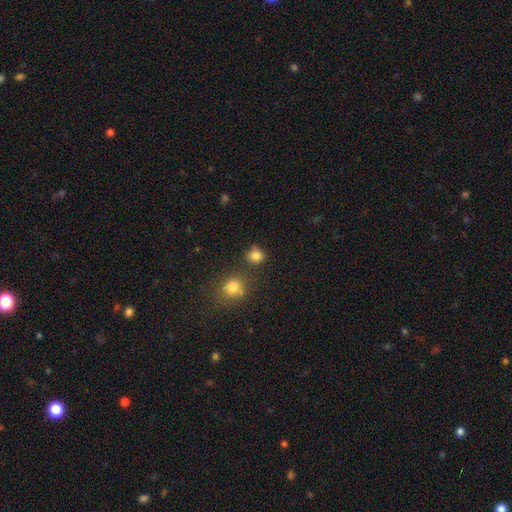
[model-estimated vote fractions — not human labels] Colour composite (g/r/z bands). It shows a smooth galaxy with no disk features (81%) that is round (82%). Merging: none (69%).